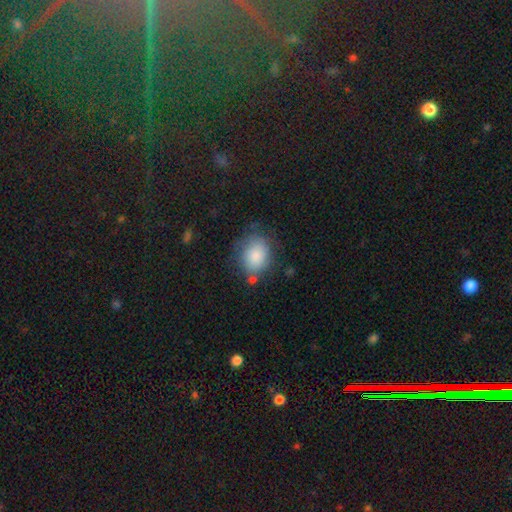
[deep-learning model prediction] This appears to be a smooth galaxy with no disk features (84%) that is round (52%). Merging: none (63%).